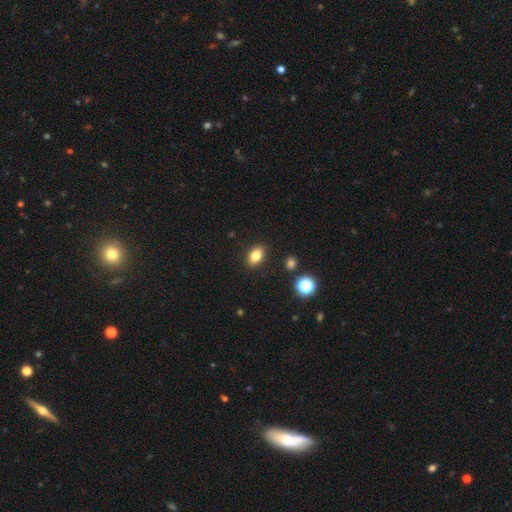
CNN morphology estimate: smooth 80%, star or artifact 10%, featured or disk 10%. Down the decision tree: how rounded — in between (83%); merging — none (88%).